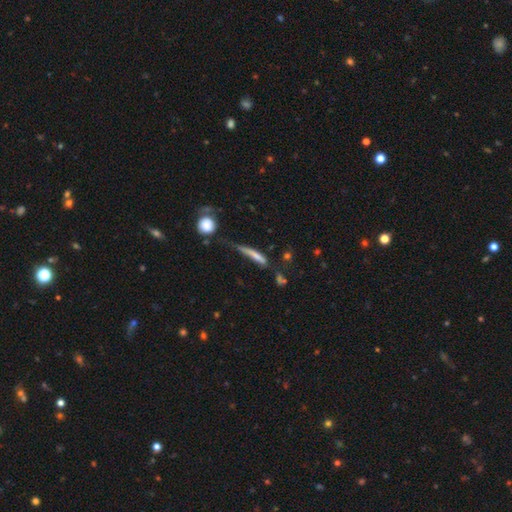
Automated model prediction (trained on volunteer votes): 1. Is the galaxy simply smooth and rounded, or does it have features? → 62% smooth, 28% featured or disk, 9% star or artifact.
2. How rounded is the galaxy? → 84% cigar-shaped, 12% in between, 4% round.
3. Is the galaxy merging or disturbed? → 37% none, 27% minor disturbance, 25% major disturbance, 10% merger.